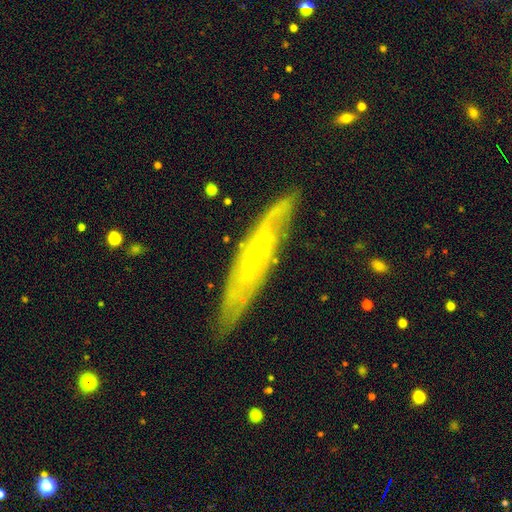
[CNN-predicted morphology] The model was most divided on "edge-on disk": no: 59%, yes: 41%. More confident: merging — none (80%); smooth or featured — featured or disk (78%).